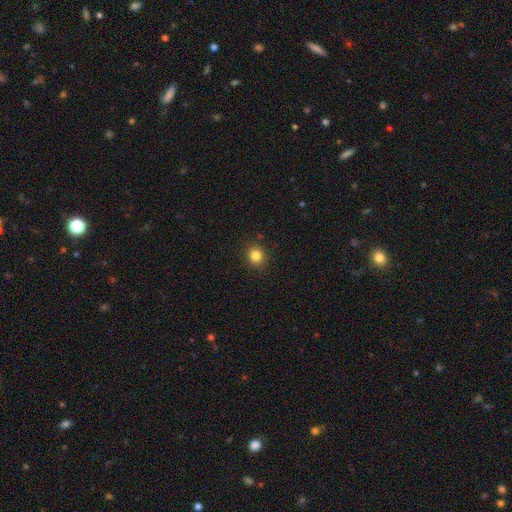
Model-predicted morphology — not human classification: Smooth or featured?
  - smooth: 83% *
  - star or artifact: 12%
  - featured or disk: 5%
How rounded?
  - round: 83% *
  - in between: 16%
  - cigar-shaped: 1%
Merging?
  - none: 90% *
  - minor disturbance: 7%
  - major disturbance: 2%
  - merger: 1%